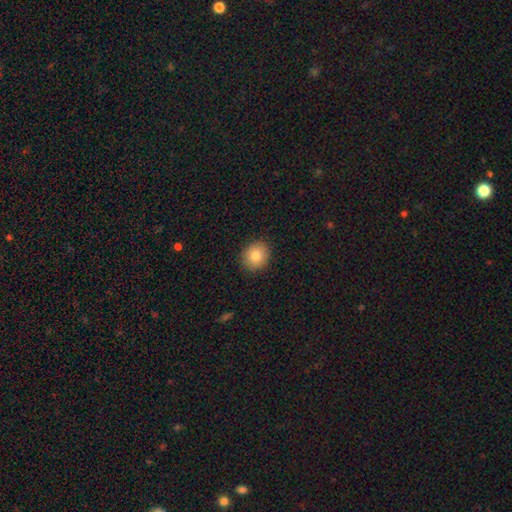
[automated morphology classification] This is clearly a smooth galaxy (83%). How rounded: likely round (78%). Merging: clearly none (90%).